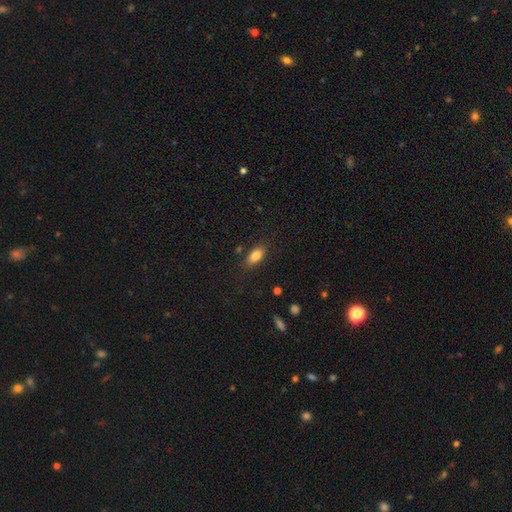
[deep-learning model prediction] Morphology: type=smooth (82%); roundness=in between (88%); merging=none (83%).